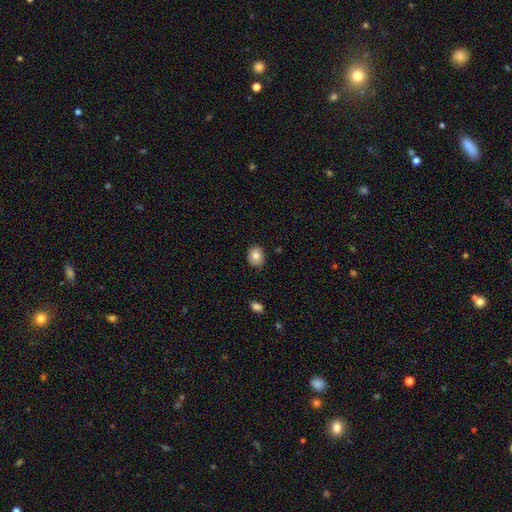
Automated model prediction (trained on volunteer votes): This is clearly a smooth galaxy (83%). How rounded: possibly round (54%). Merging: clearly none (86%).